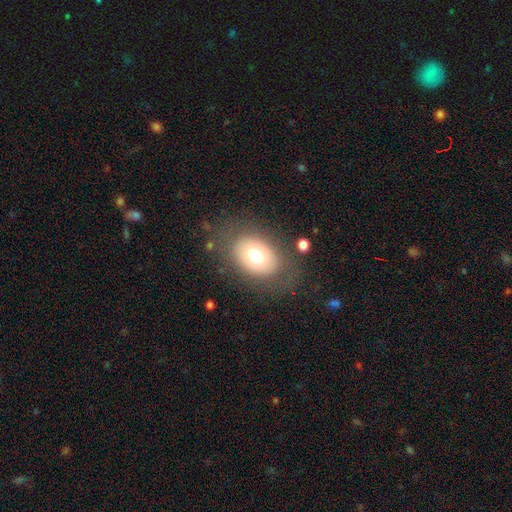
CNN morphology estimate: Smooth or featured?
  - smooth: 71% *
  - featured or disk: 18%
  - star or artifact: 11%
How rounded?
  - in between: 75% *
  - round: 24%
  - cigar-shaped: 1%
Merging?
  - none: 77% *
  - minor disturbance: 13%
  - major disturbance: 9%
  - merger: 2%